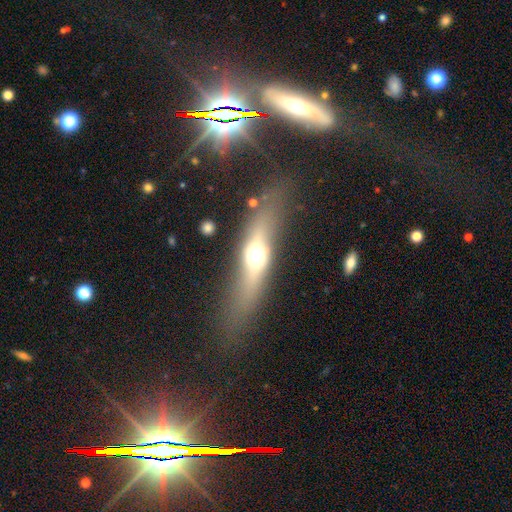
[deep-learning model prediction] The model was most divided on "smooth or featured": featured or disk: 48%, smooth: 43%, star or artifact: 8%. More confident: merging — none (76%).